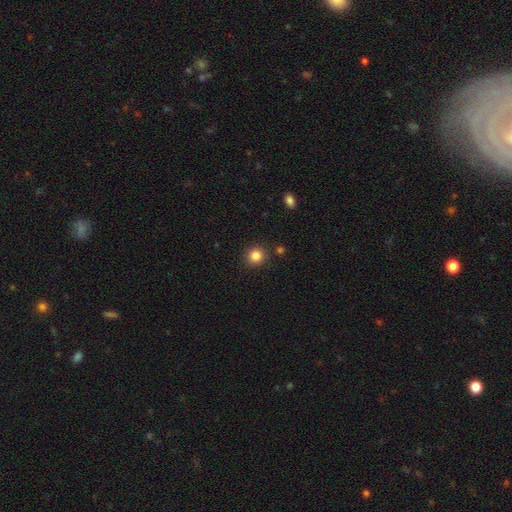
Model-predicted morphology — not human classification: Overall: smooth (84%). How rounded: round (87%). Merging: none (89%).